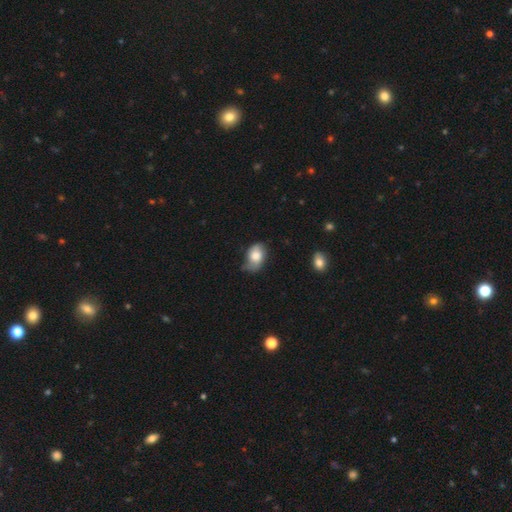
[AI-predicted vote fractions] This appears to be a smooth galaxy with no disk features (72%) that is in between round and cigar-shaped (82%). Merging: none (46%).